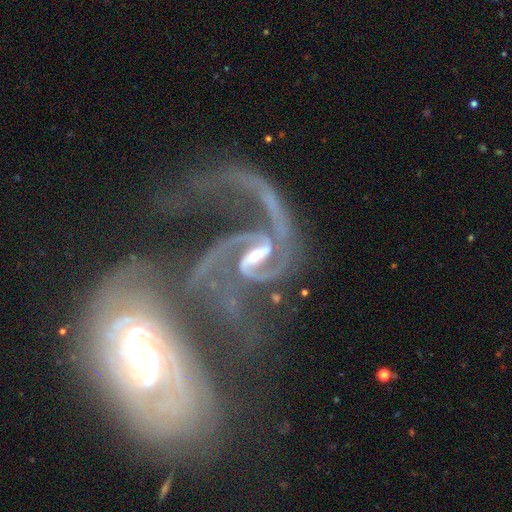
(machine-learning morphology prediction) This is clearly a featured or disk galaxy (89%). It is clearly not viewed edge-on (97%). Bar: marginally weak (39%). Spiral arm pattern: clearly yes (96%). Spiral arm count: likely 2 (70%). Spiral winding: marginally loose (42%, tied with medium). Central bulge: marginally small (44%). Merging: possibly merger (54%).